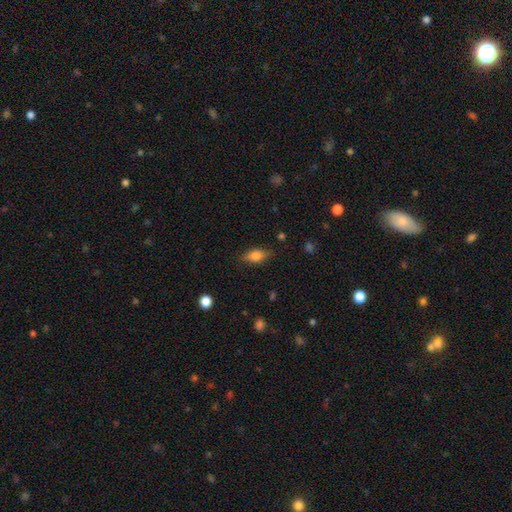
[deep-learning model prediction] A smooth galaxy with no disk features (78%) that is in between round and cigar-shaped (85%). Merging: none (82%).